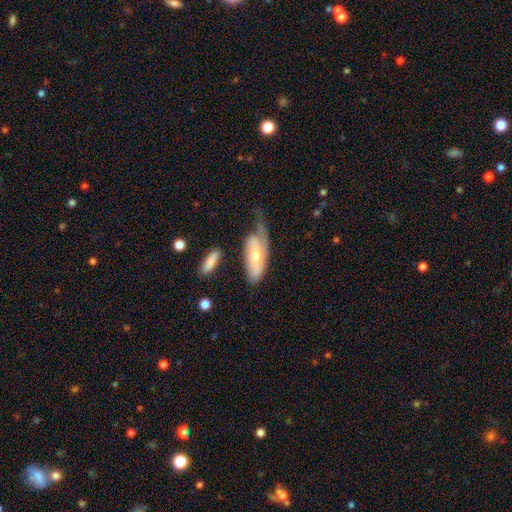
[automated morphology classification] smooth_or_featured: featured or disk (p=0.52) [alt: smooth p=0.42]
disk_edge_on: no (p=0.83) [alt: yes p=0.17]
merging: major disturbance (p=0.36) [alt: minor disturbance p=0.30]